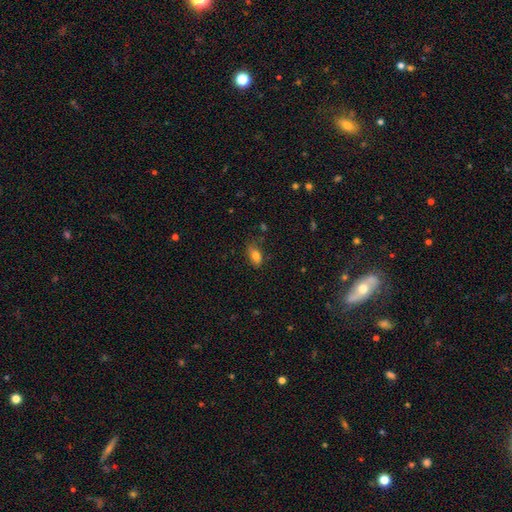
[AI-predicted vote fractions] Overall: smooth (82%). How rounded: in between (87%). Merging: none (72%).